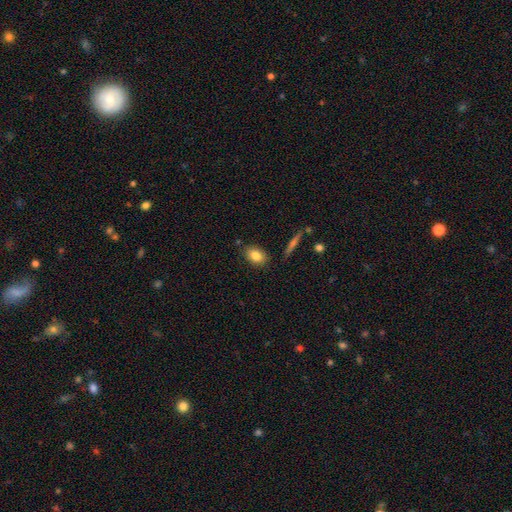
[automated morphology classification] This is clearly a smooth galaxy (82%). How rounded: likely in between (79%). Merging: clearly none (83%).